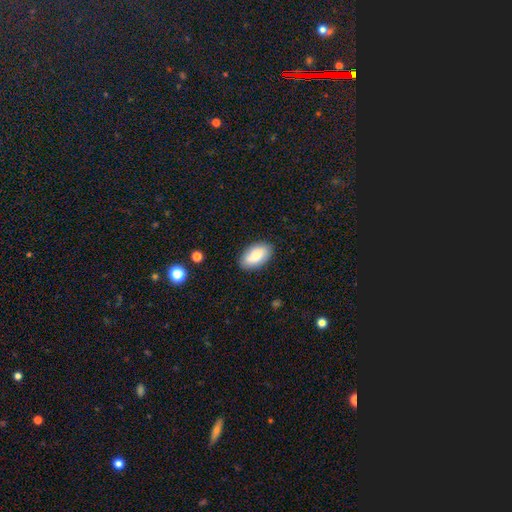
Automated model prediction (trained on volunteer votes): The model was most divided on "merging": none: 86%, minor disturbance: 11%, major disturbance: 2%, merger: 1%. More confident: how rounded — in between (94%); smooth or featured — smooth (85%).